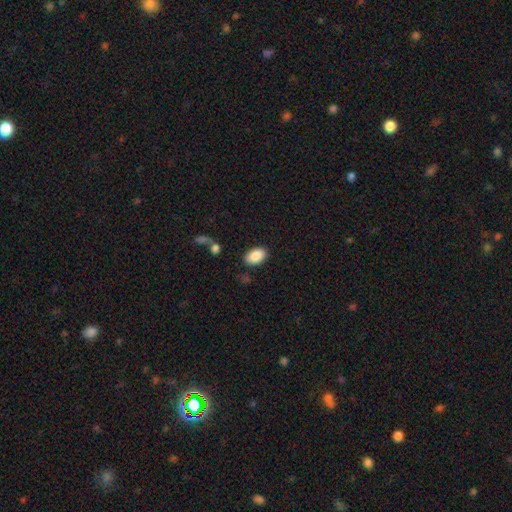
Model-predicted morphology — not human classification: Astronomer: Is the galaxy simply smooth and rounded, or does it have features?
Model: smooth — 89%.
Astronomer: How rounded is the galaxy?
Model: in between — 93%.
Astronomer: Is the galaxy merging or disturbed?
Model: none — 85%.